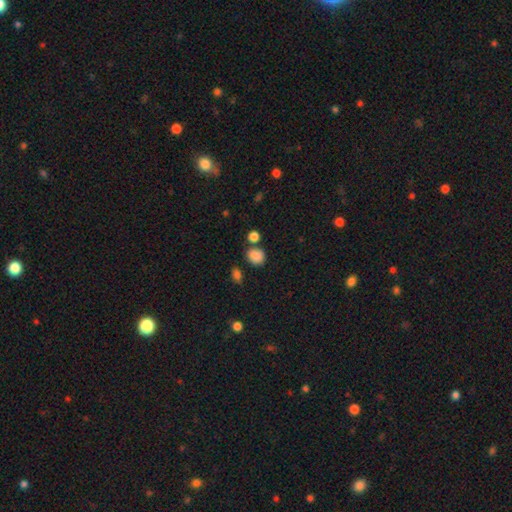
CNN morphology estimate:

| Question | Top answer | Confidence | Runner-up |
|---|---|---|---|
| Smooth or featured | smooth | 85% | star or artifact (10%) |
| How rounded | round | 60% | in between (39%) |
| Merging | none | 68% | minor disturbance (14%) |